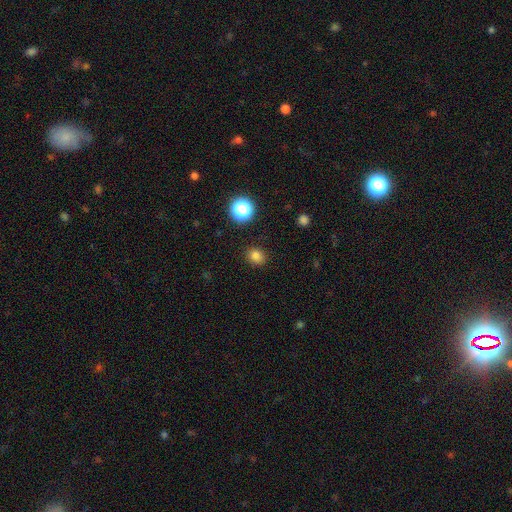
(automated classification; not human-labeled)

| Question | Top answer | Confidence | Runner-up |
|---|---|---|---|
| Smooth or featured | smooth | 80% | star or artifact (15%) |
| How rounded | round | 70% | in between (29%) |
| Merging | none | 88% | minor disturbance (8%) |